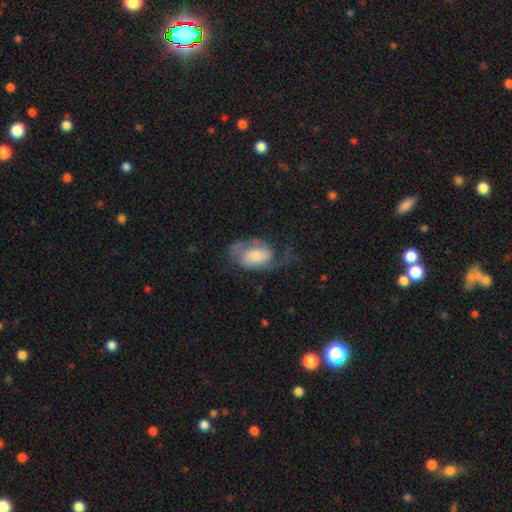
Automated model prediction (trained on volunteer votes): This is possibly a featured or disk galaxy (59%). It is clearly not viewed edge-on (96%). Bar: likely no (61%). Spiral arm pattern: clearly yes (82%). Central bulge: marginally moderate (42%). Merging: marginally none (40%).